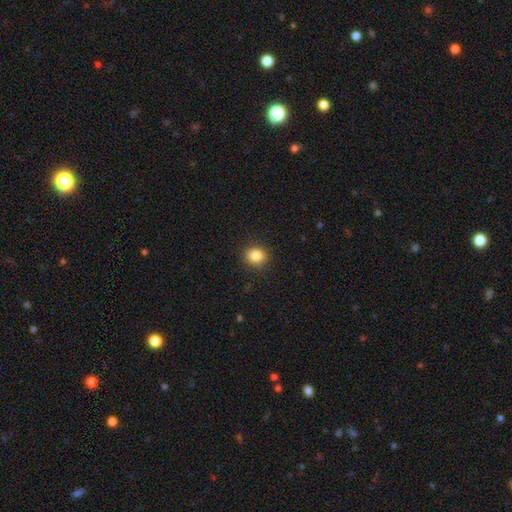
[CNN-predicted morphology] type=smooth (85%); roundness=round (75%); merging=none (90%).